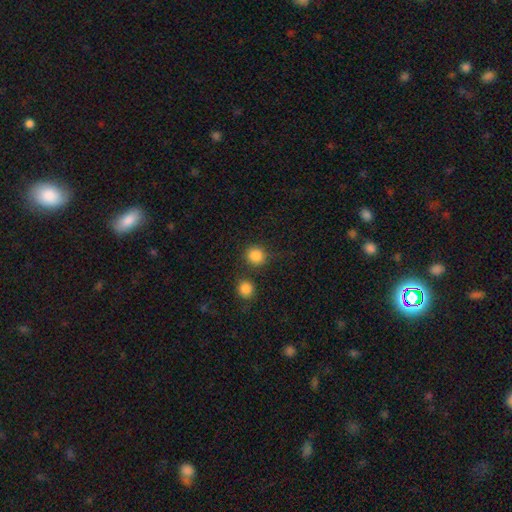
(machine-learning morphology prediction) Smooth or featured? smooth (84%)
How rounded? round (89%)
Merging? none (73%)